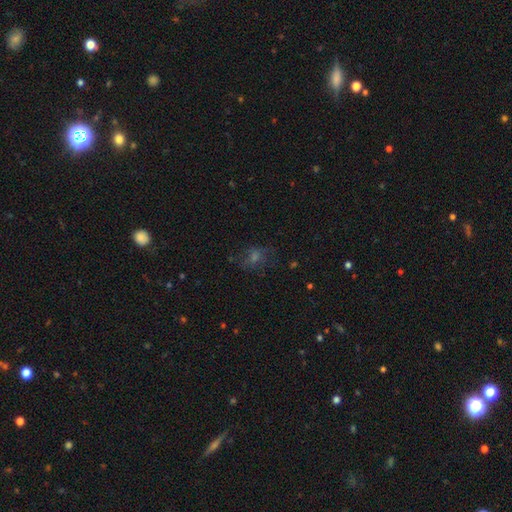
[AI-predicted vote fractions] Smooth or featured? star or artifact (35%)